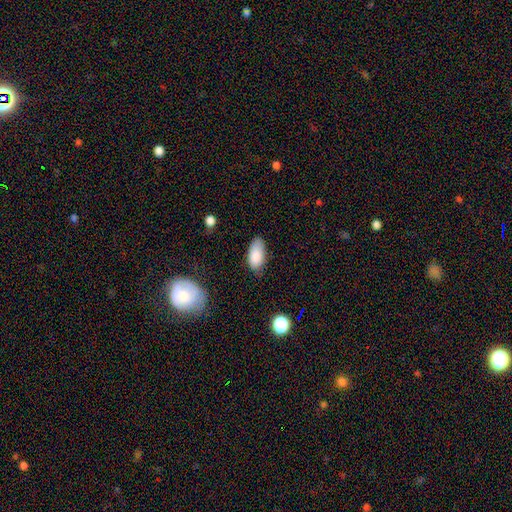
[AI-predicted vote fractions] This is clearly a smooth galaxy (86%). How rounded: clearly in between (93%). Merging: likely none (70%).